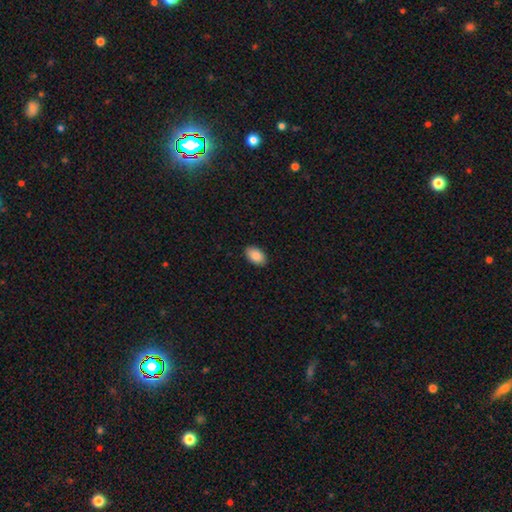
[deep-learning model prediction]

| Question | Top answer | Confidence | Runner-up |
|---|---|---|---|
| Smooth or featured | smooth | 89% | star or artifact (7%) |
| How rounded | in between | 93% | round (6%) |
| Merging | none | 89% | minor disturbance (8%) |